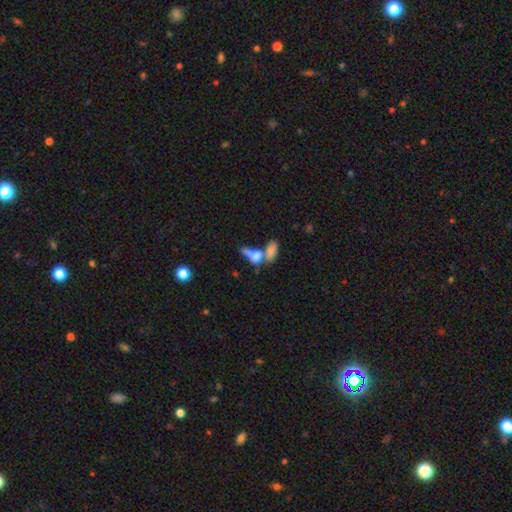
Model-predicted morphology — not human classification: smooth 68%, featured or disk 22%, star or artifact 10%. Down the decision tree: how rounded — in between (72%); merging — merger (62%).